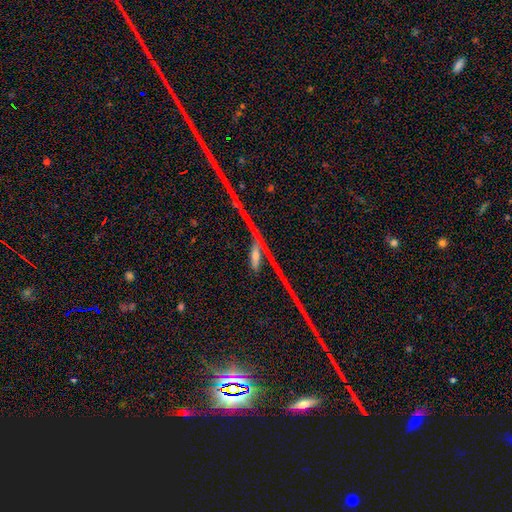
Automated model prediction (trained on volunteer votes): This appears to be a star or artifact, not a galaxy (41%).